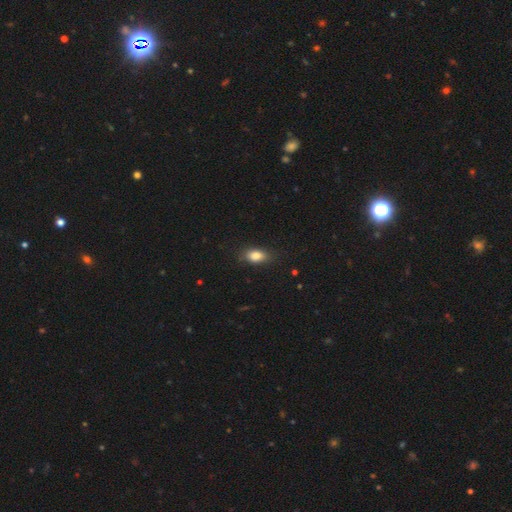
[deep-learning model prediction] This appears to be a smooth galaxy with no disk features (85%) that is in between round and cigar-shaped (84%). Merging: none (80%).